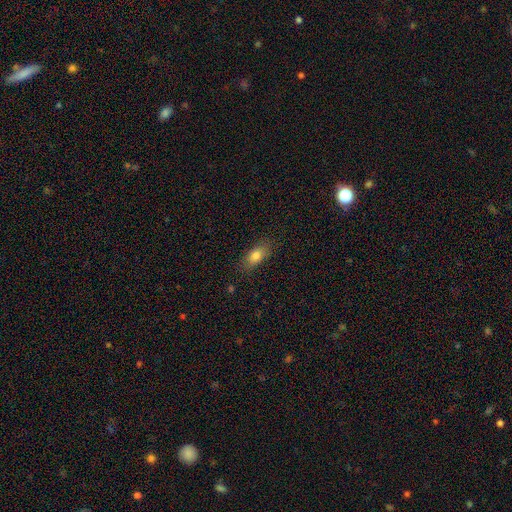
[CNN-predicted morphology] Smooth or featured? Predicted: smooth (p=0.80). How rounded? Predicted: in between (p=0.82). Merging? Predicted: none (p=0.83).